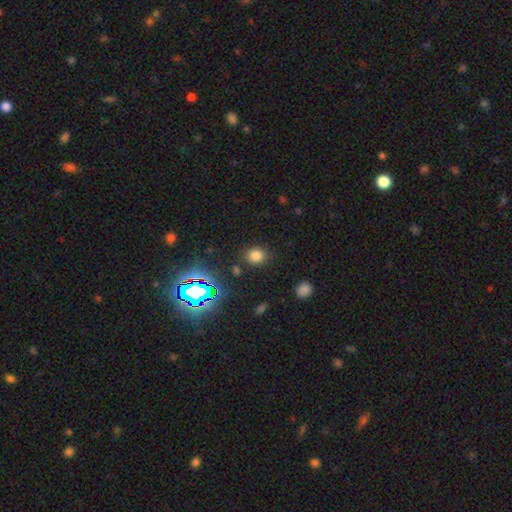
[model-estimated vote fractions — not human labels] Smooth or featured?
  - smooth: 73% *
  - star or artifact: 21%
  - featured or disk: 6%
How rounded?
  - round: 65% *
  - in between: 34%
  - cigar-shaped: 1%
Merging?
  - none: 84% *
  - minor disturbance: 10%
  - major disturbance: 4%
  - merger: 3%